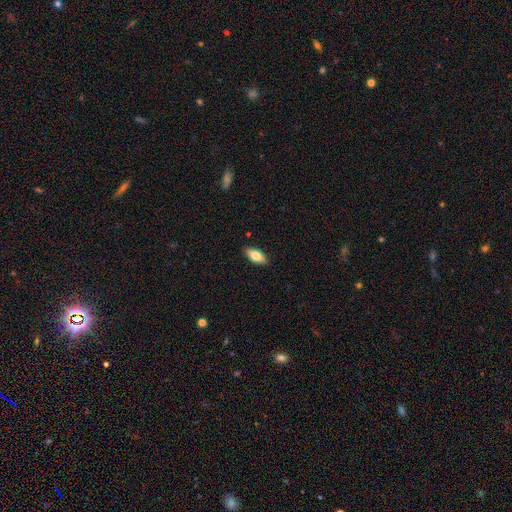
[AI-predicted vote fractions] A smooth galaxy with no disk features (77%) that is in between round and cigar-shaped (86%). Merging: none (88%).